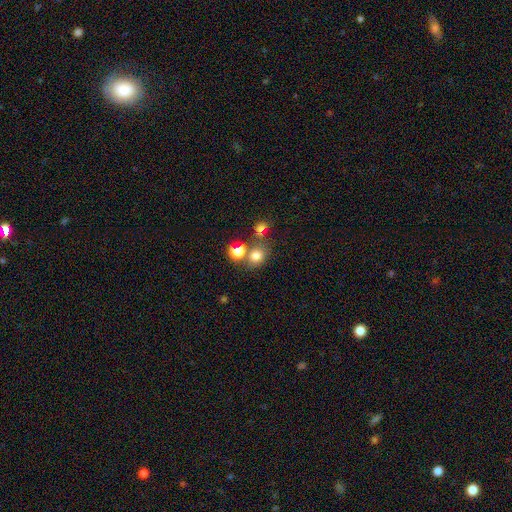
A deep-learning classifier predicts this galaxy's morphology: The model was most divided on "how rounded": round: 66%, in between: 33%, cigar-shaped: 1%. More confident: smooth or featured — smooth (74%); merging — none (59%).